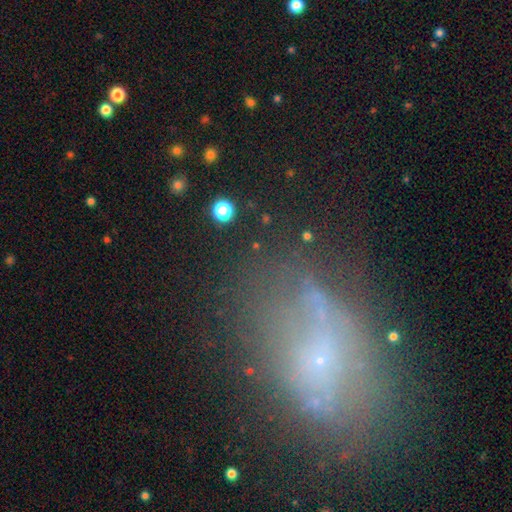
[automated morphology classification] type=featured or disk (36%); merging=none (56%).